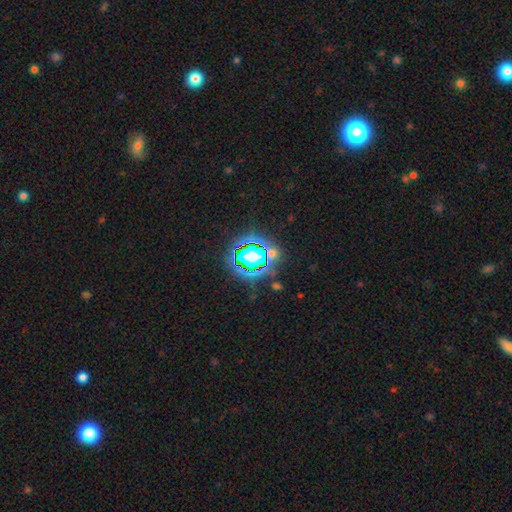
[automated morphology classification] Overall: star or artifact (61%; smooth 27%).